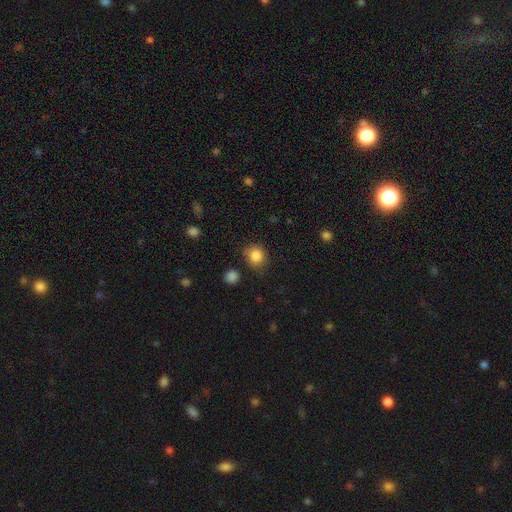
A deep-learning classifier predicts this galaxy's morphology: Smooth or featured?
  - smooth: 86% *
  - star or artifact: 10%
  - featured or disk: 4%
How rounded?
  - round: 80% *
  - in between: 19%
  - cigar-shaped: 1%
Merging?
  - none: 78% *
  - minor disturbance: 15%
  - major disturbance: 4%
  - merger: 3%